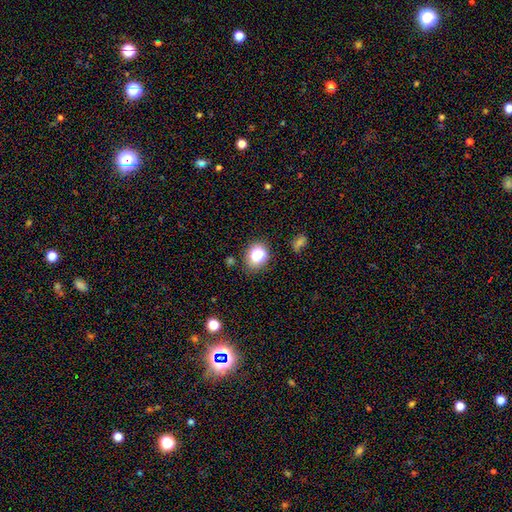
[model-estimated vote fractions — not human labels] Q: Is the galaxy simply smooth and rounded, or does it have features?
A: smooth — 72%.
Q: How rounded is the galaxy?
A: round — 69%.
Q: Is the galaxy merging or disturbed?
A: none — 81%.